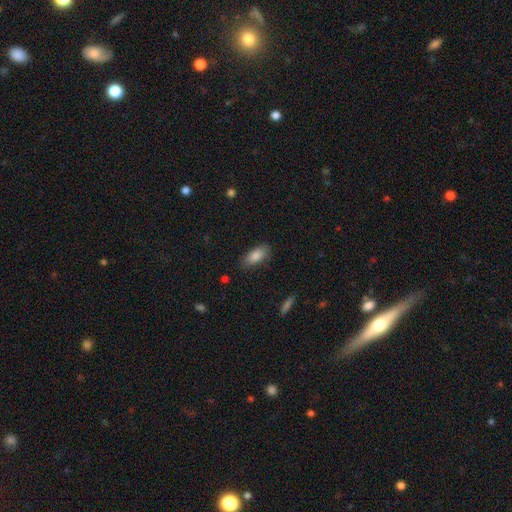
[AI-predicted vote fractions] smooth_or_featured: smooth (p=0.86) [alt: featured or disk p=0.07]
how_rounded: in between (p=0.88) [alt: cigar-shaped p=0.09]
merging: none (p=0.81) [alt: minor disturbance p=0.15]